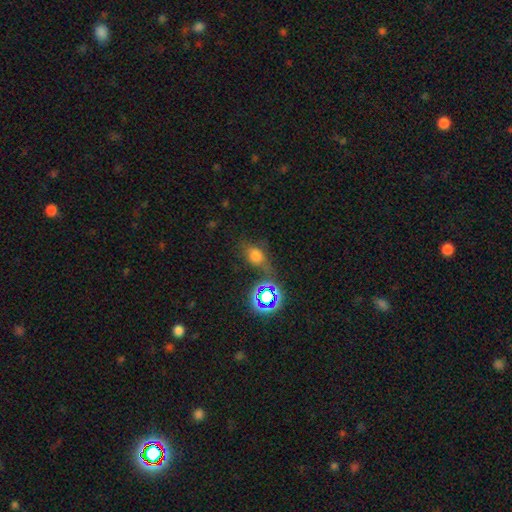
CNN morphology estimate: This appears to be a smooth galaxy with no disk features (62%) that is in between round and cigar-shaped (60%). Merging: none (56%).